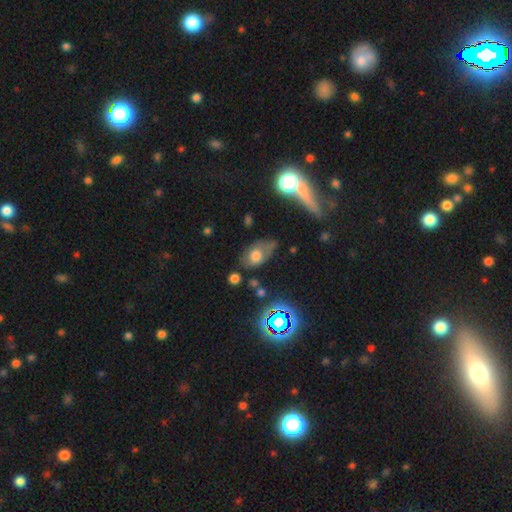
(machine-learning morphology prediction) Q: Smooth or featured?
A: smooth (54%); runner-up: featured or disk (31%)
Q: How rounded?
A: in between (85%); runner-up: round (13%)
Q: Merging?
A: none (46%); runner-up: minor disturbance (30%)